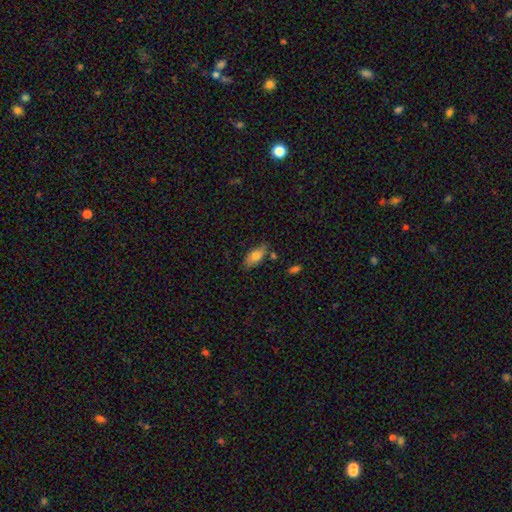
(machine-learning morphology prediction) This appears to be a smooth galaxy with no disk features (75%) that is in between round and cigar-shaped (83%). Merging: none (72%).